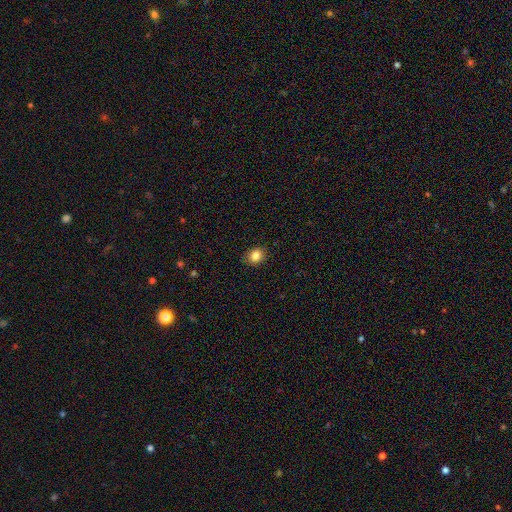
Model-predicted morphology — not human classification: This appears to be a smooth galaxy with no disk features (83%) that is round (50%). Merging: none (87%).